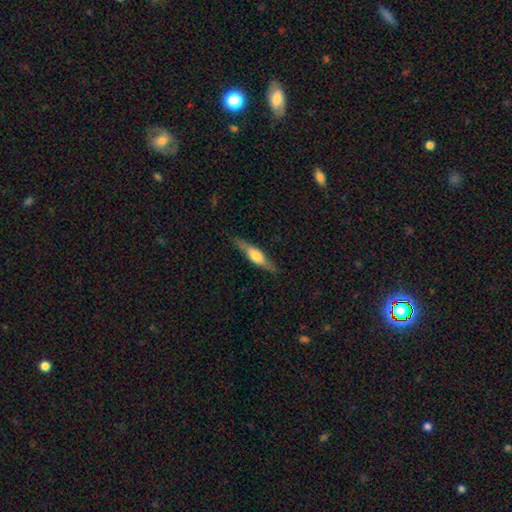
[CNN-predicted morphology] smooth-or-featured: featured or disk: 53% | smooth: 42% | star or artifact: 5%
  disk-edge-on: yes: 89% | no: 11%
  merging: none: 84% | minor disturbance: 13% | major disturbance: 3% | merger: 1%